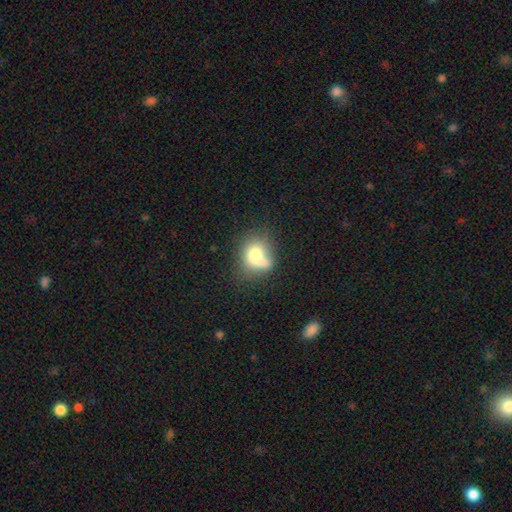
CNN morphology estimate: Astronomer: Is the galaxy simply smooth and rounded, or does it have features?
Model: smooth — 65%.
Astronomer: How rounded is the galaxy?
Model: round — 55% (runner-up: in between, 42%).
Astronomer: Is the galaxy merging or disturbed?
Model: none — 35% (runner-up: major disturbance, 24%).